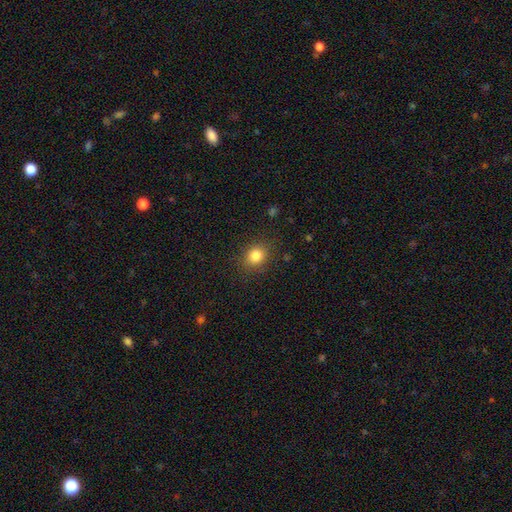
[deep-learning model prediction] Smooth or featured? Predicted: smooth (p=0.83). How rounded? Predicted: round (p=0.69). Merging? Predicted: none (p=0.86).